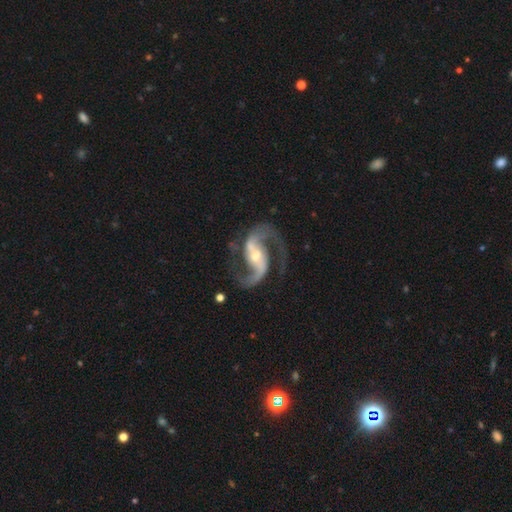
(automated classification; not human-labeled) Morphology: type=featured or disk (93%); edge-on=no (98%); bar=strong (43%); spiral arms=yes (98%); winding=medium (48%); arm count=2 (94%); bulge=moderate (52%); merging=none (79%).